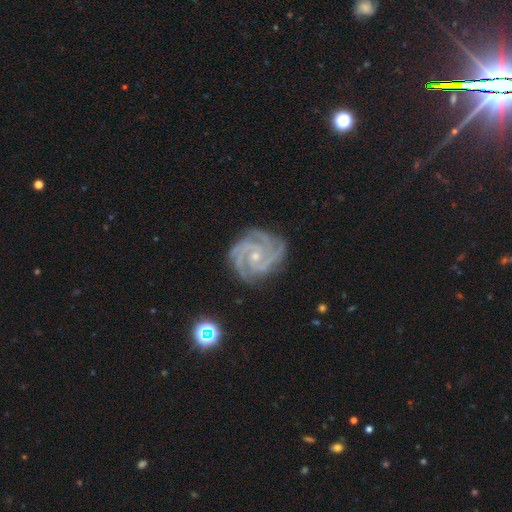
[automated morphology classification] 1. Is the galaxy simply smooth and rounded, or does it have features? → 93% featured or disk, 5% star or artifact, 3% smooth.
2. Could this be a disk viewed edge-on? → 98% no, 2% yes.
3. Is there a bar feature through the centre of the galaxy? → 62% no, 28% weak, 10% strong.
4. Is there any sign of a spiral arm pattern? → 99% yes, 1% no.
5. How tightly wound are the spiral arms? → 71% tight, 26% medium, 3% loose.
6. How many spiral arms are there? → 49% 3, 17% 2, 17% 4, 7% can't tell, 5% more than 4, 5% 1.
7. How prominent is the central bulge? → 70% small, 27% moderate, 2% none, 1% large, 1% dominant.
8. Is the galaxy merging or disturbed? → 79% none, 16% minor disturbance, 4% major disturbance, 1% merger.